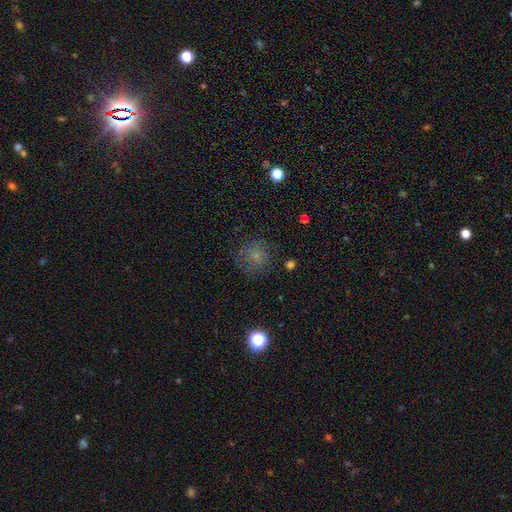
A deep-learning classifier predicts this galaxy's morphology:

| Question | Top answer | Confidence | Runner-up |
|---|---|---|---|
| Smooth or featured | smooth | 67% | featured or disk (17%) |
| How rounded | round | 90% | in between (9%) |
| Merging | none | 75% | minor disturbance (16%) |